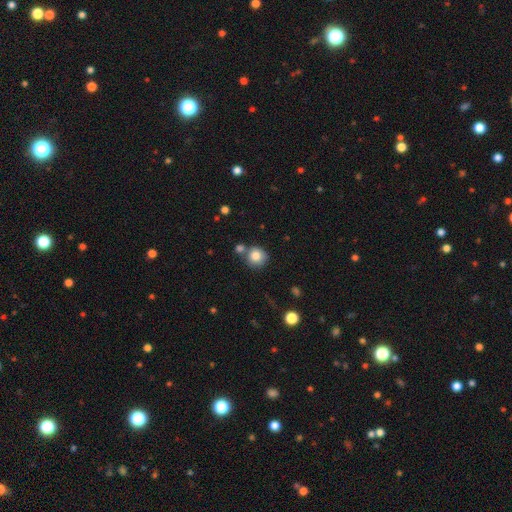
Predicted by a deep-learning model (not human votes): smooth 82%, star or artifact 9%, featured or disk 8%. Down the decision tree: how rounded — round (90%); merging — none (66%).